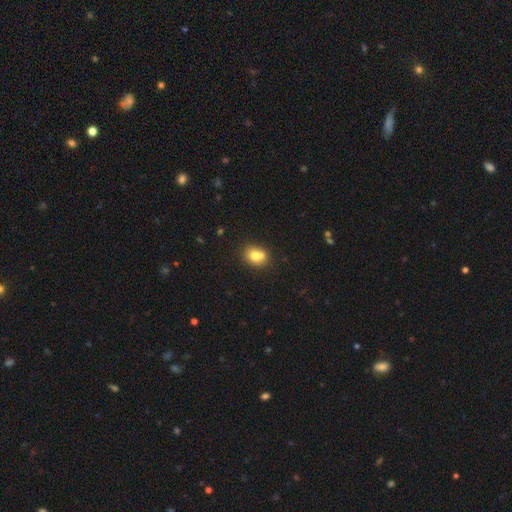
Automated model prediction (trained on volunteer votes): A smooth galaxy with no disk features (73%) that is round (54%).

Vote fractions:
- Smooth or featured? smooth: 73% / featured or disk: 17% / star or artifact: 10%
- How rounded? round: 54% / in between: 45% / cigar-shaped: 1%
- Merging? none: 49% / merger: 36% / minor disturbance: 12% / major disturbance: 3%